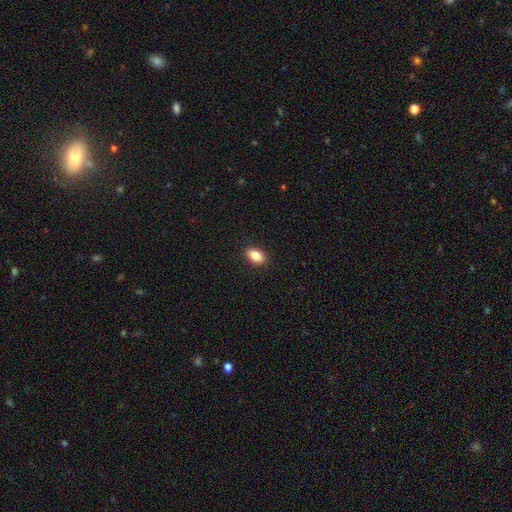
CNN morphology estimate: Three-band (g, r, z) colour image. It shows a smooth galaxy with no disk features (84%) that is in between round and cigar-shaped (87%). Merging: none (90%).